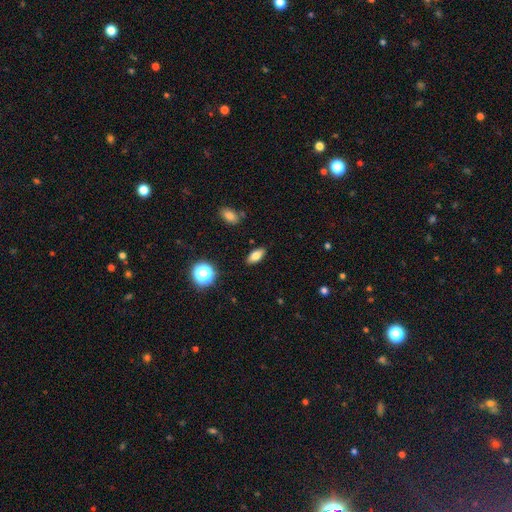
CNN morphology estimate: Q: Smooth or featured?
A: smooth (77%); runner-up: featured or disk (12%)
Q: How rounded?
A: in between (84%); runner-up: cigar-shaped (10%)
Q: Merging?
A: none (88%); runner-up: minor disturbance (8%)